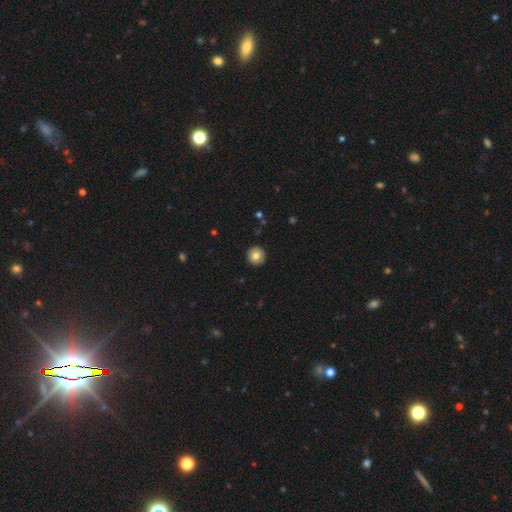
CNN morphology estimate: The model was most divided on "smooth or featured": smooth: 81%, featured or disk: 11%, star or artifact: 8%. More confident: how rounded — round (95%); merging — none (92%).